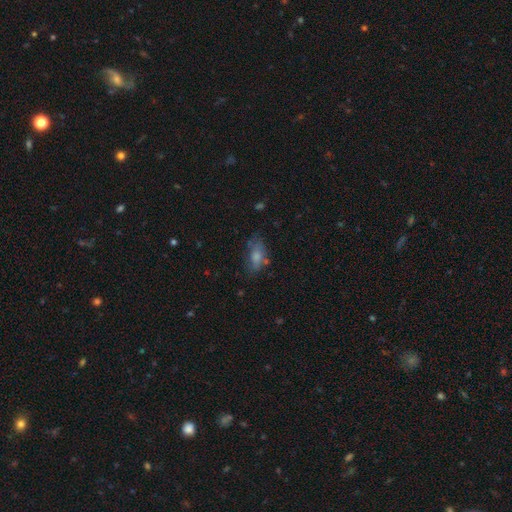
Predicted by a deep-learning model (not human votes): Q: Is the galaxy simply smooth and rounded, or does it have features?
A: smooth — 54%.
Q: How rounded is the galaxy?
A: in between — 79%.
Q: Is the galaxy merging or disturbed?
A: none — 65%.